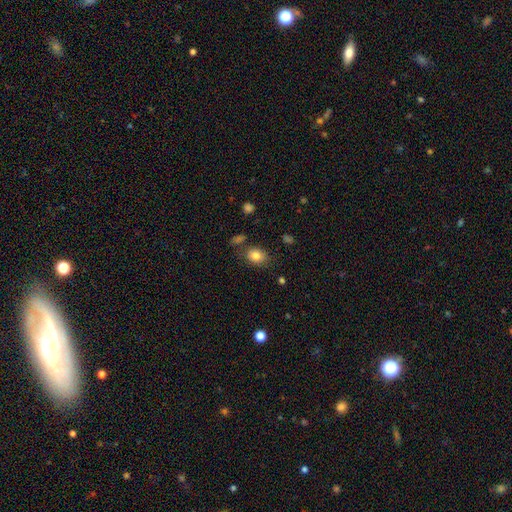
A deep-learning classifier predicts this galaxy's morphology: This is clearly a smooth galaxy (82%). How rounded: possibly in between (60%). Merging: likely none (78%).